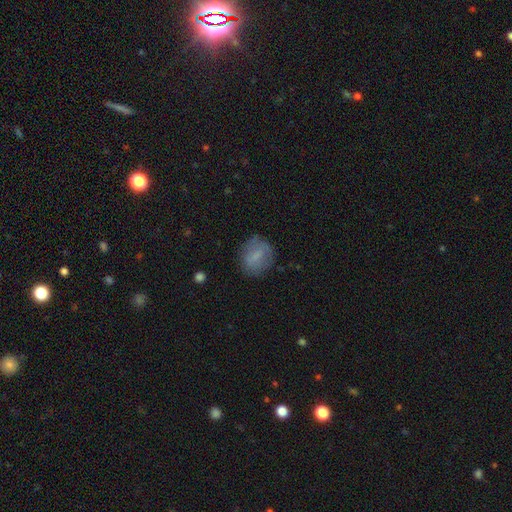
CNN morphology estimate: smooth 68%, featured or disk 23%, star or artifact 9%. Down the decision tree: how rounded — round (62%); merging — none (76%).